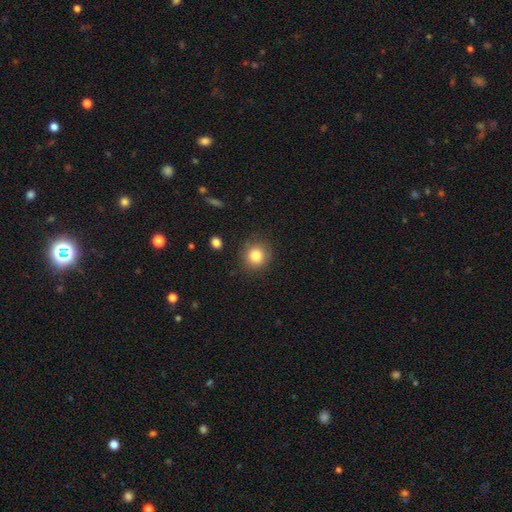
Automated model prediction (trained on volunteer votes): Smooth or featured? Predicted: smooth (p=0.82). How rounded? Predicted: round (p=0.90). Merging? Predicted: none (p=0.87).